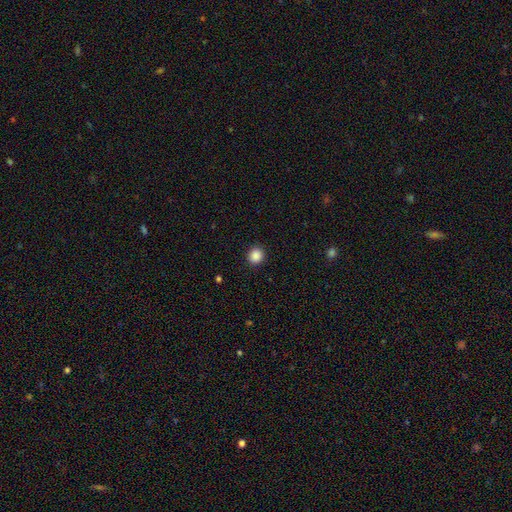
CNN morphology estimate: Smooth or featured?
  - smooth: 87% *
  - star or artifact: 10%
  - featured or disk: 3%
How rounded?
  - round: 88% *
  - in between: 12%
  - cigar-shaped: 1%
Merging?
  - none: 91% *
  - minor disturbance: 6%
  - major disturbance: 2%
  - merger: 1%